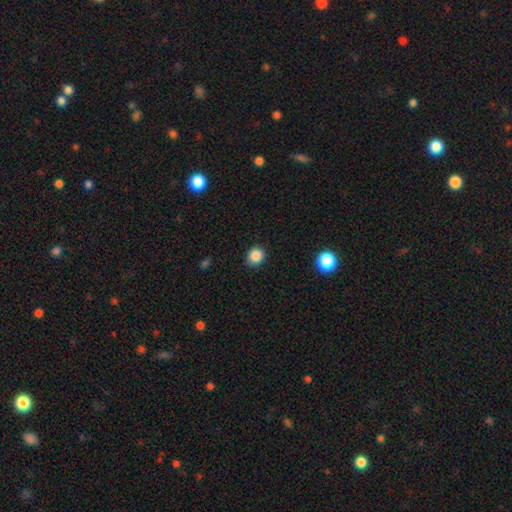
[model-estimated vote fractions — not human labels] A smooth galaxy with no disk features (86%) that is round (74%). Merging: none (85%).